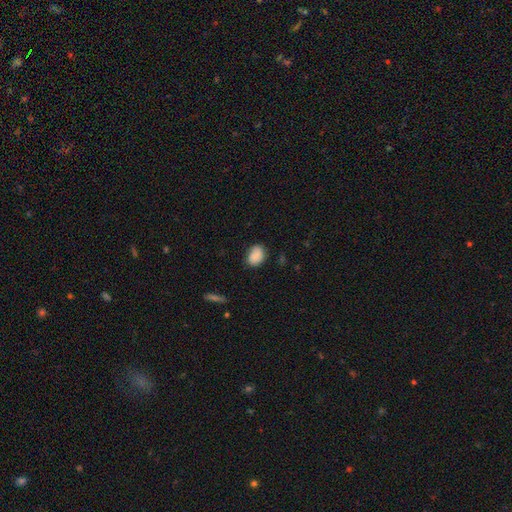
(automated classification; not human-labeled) Q: Smooth or featured?
A: smooth (87%); runner-up: star or artifact (8%)
Q: How rounded?
A: in between (75%); runner-up: round (24%)
Q: Merging?
A: none (76%); runner-up: minor disturbance (18%)